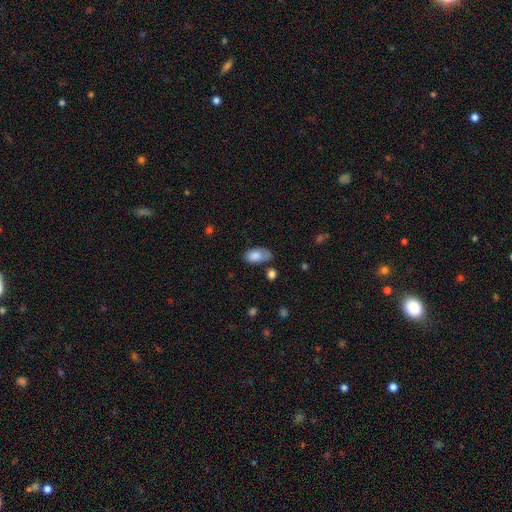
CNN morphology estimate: Overall: smooth (82%). How rounded: in between (94%). Merging: none (54%; minor disturbance 28%).